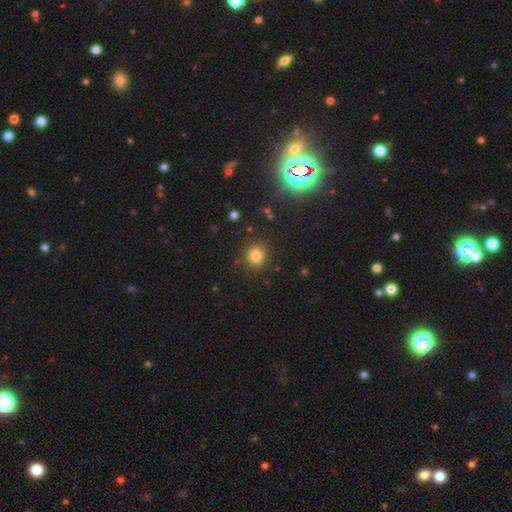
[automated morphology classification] This is clearly a smooth galaxy (80%). How rounded: clearly round (91%). Merging: clearly none (88%).